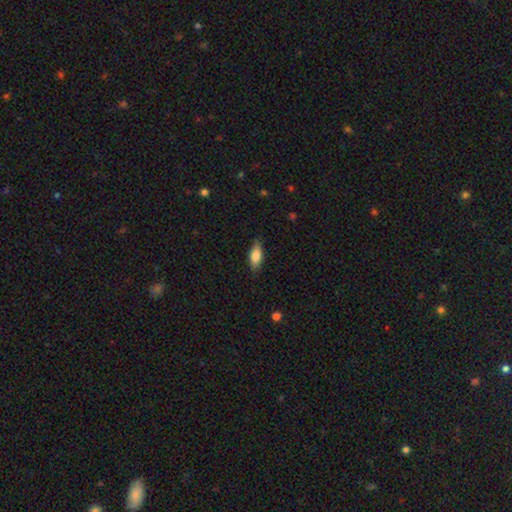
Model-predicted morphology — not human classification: smooth_or_featured: smooth (p=0.82) [alt: featured or disk p=0.12]
how_rounded: in between (p=0.80) [alt: cigar-shaped p=0.18]
merging: none (p=0.81) [alt: minor disturbance p=0.15]